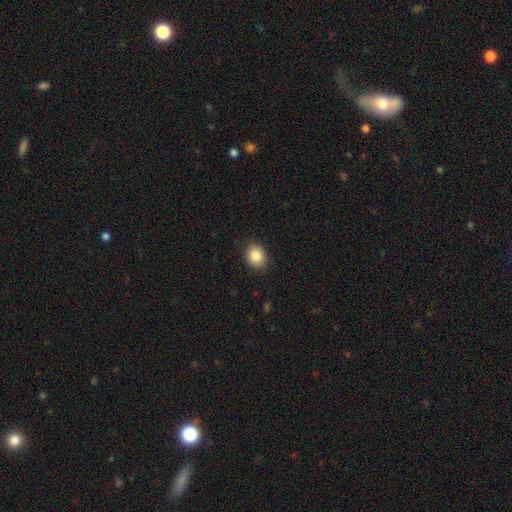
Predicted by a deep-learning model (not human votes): smooth-or-featured: smooth: 86% | star or artifact: 9% | featured or disk: 6%
  how-rounded: round: 50% | in between: 49% | cigar-shaped: 1%
  merging: none: 88% | minor disturbance: 9% | major disturbance: 2% | merger: 1%